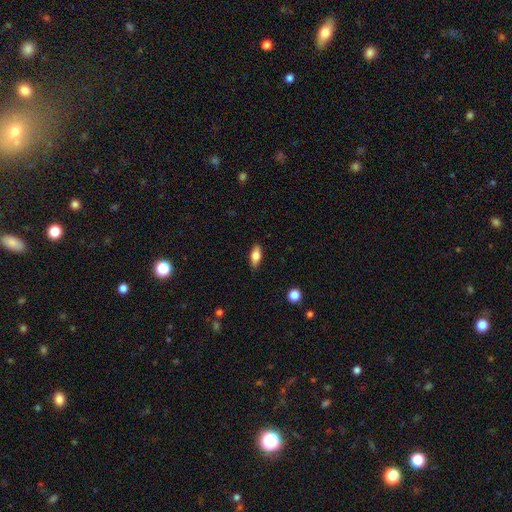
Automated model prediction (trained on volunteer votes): Smooth or featured?
  - smooth: 77% *
  - featured or disk: 16%
  - star or artifact: 7%
How rounded?
  - in between: 83% *
  - cigar-shaped: 14%
  - round: 4%
Merging?
  - none: 85% *
  - minor disturbance: 11%
  - major disturbance: 2%
  - merger: 1%